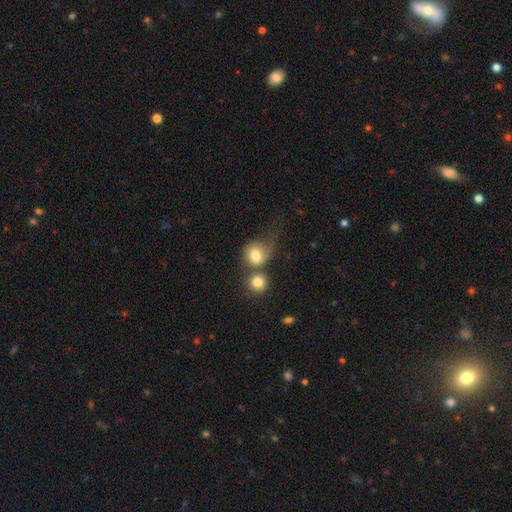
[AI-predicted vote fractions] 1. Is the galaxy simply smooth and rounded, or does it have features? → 75% smooth, 16% featured or disk, 9% star or artifact.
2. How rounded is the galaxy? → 76% round, 23% in between, 1% cigar-shaped.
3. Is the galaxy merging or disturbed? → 44% merger, 26% none, 16% major disturbance, 13% minor disturbance.